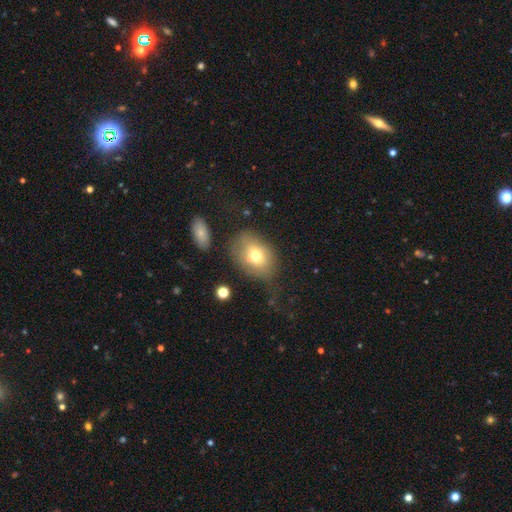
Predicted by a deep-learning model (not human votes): A smooth galaxy with no disk features (69%) that is in between round and cigar-shaped (69%). Merging: none (51%).